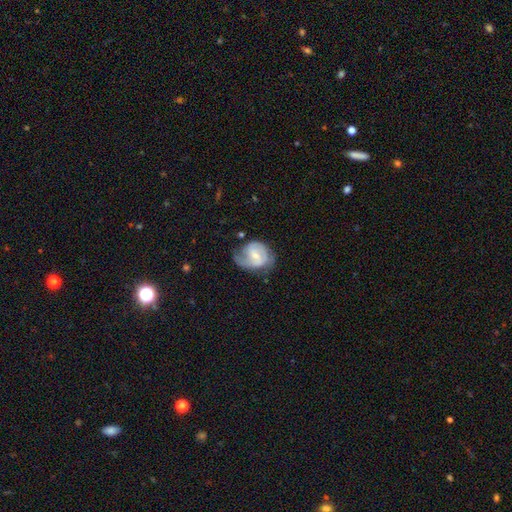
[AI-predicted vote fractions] The model was most divided on "spiral winding": medium: 46%, tight: 31%, loose: 23%. Remaining: edge-on disk — no (98%); spiral arms — yes (90%); smooth or featured — featured or disk (73%); spiral arm count — 2 (63%); bar — weak (56%); bulge size — small (52%); merging — none (48%).